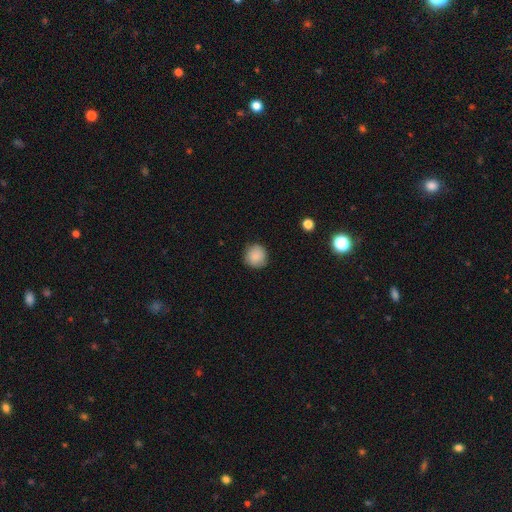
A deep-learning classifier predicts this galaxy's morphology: This is clearly a smooth galaxy (87%). How rounded: clearly round (92%). Merging: clearly none (85%).